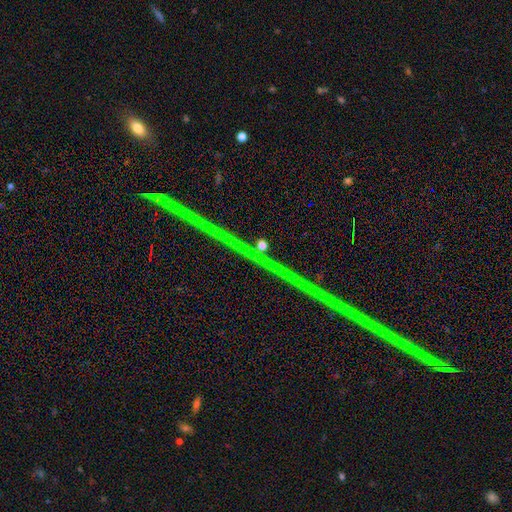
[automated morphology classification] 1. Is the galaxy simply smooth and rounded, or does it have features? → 88% star or artifact, 7% featured or disk, 5% smooth.